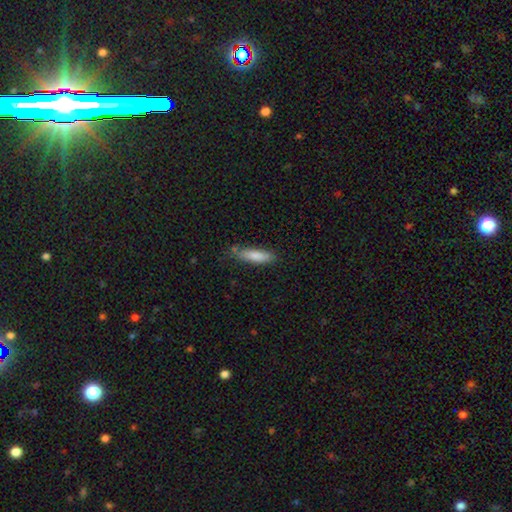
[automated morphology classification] The model was most divided on "how rounded": cigar-shaped: 63%, in between: 36%, round: 2%. More confident: smooth or featured — smooth (83%); merging — none (72%).